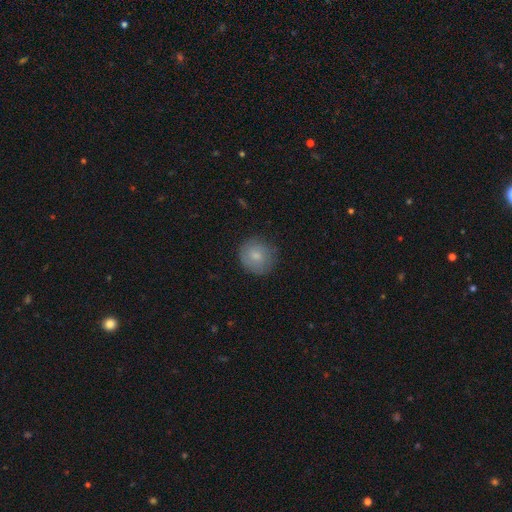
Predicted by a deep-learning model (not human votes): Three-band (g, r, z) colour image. It shows a smooth galaxy with no disk features (74%) that is round (88%). Merging: none (77%).